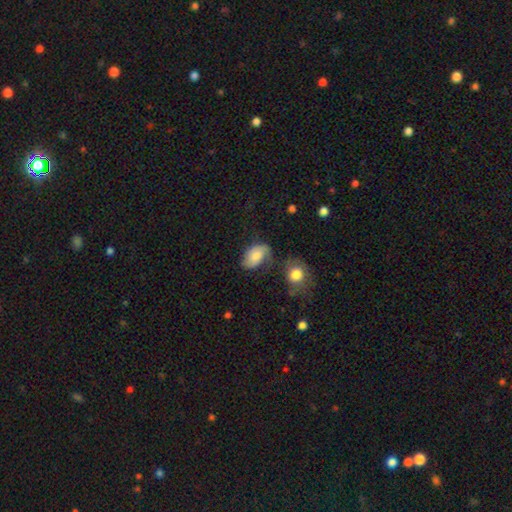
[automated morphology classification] A smooth galaxy with no disk features (57%) that is in between round and cigar-shaped (86%). Merging: none (49%).